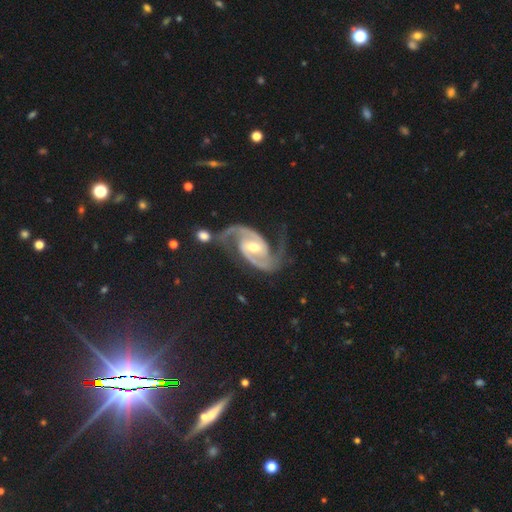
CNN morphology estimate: type=featured or disk (90%); edge-on=no (98%); bar=no (39%); spiral arms=yes (98%); winding=medium (56%); arm count=2 (93%); bulge=moderate (59%); merging=none (72%).